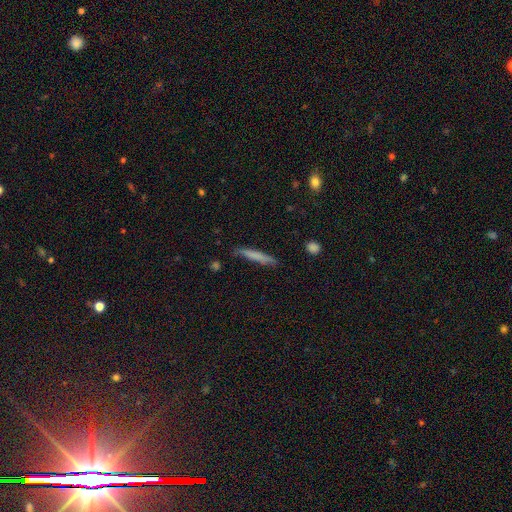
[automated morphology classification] Smooth or featured?
  - smooth: 71% *
  - featured or disk: 23%
  - star or artifact: 6%
How rounded?
  - cigar-shaped: 94% *
  - in between: 4%
  - round: 1%
Merging?
  - none: 82% *
  - minor disturbance: 14%
  - major disturbance: 3%
  - merger: 2%